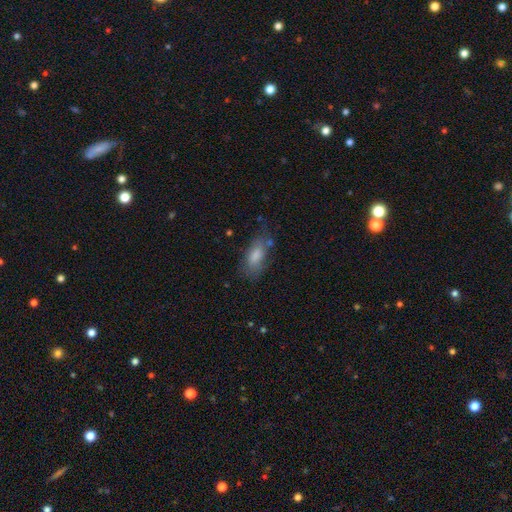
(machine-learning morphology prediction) This is likely a smooth galaxy (77%). How rounded: clearly in between (86%). Merging: possibly none (57%).